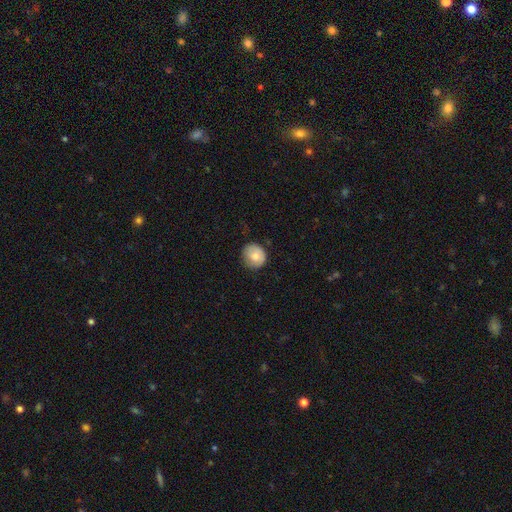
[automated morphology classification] smooth 76%, featured or disk 17%, star or artifact 7%. Down the decision tree: how rounded — round (83%); merging — none (73%).